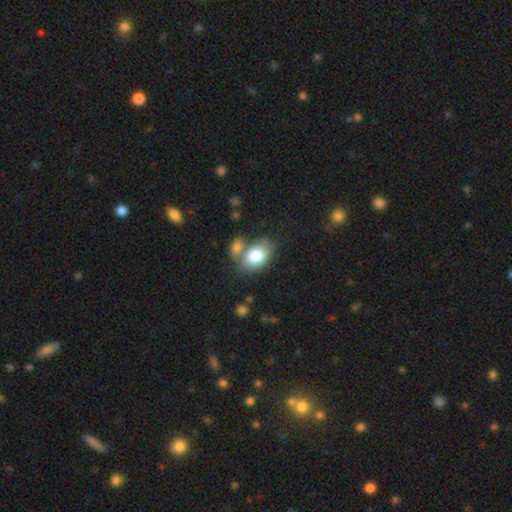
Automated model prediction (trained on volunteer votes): Overall: smooth (81%). How rounded: in between (82%). Merging: none (47%; merger 32%).